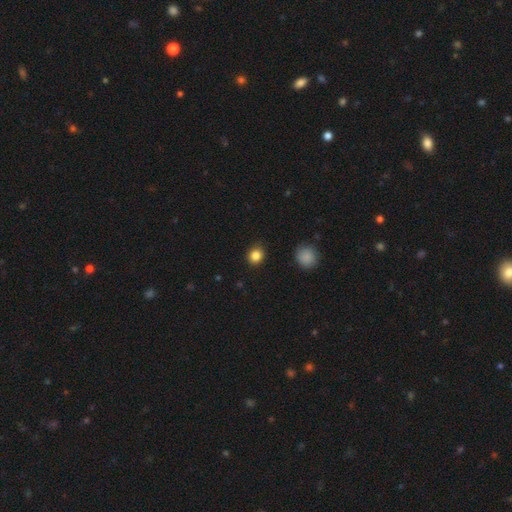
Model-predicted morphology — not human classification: Q: Smooth or featured?
A: smooth (85%); runner-up: star or artifact (11%)
Q: How rounded?
A: round (79%); runner-up: in between (20%)
Q: Merging?
A: none (90%); runner-up: minor disturbance (7%)